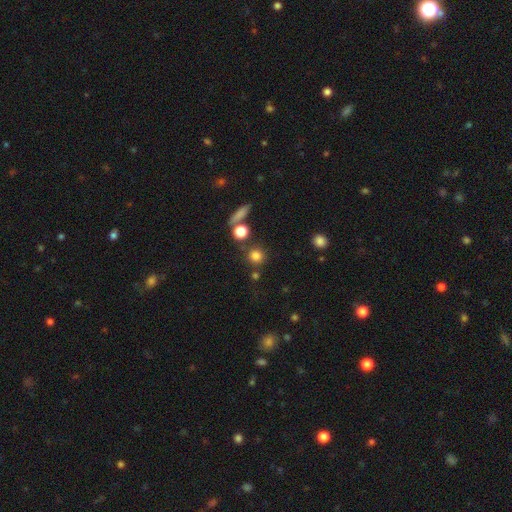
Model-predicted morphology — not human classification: smooth 79%, star or artifact 14%, featured or disk 7%. Down the decision tree: how rounded — round (91%); merging — none (77%).